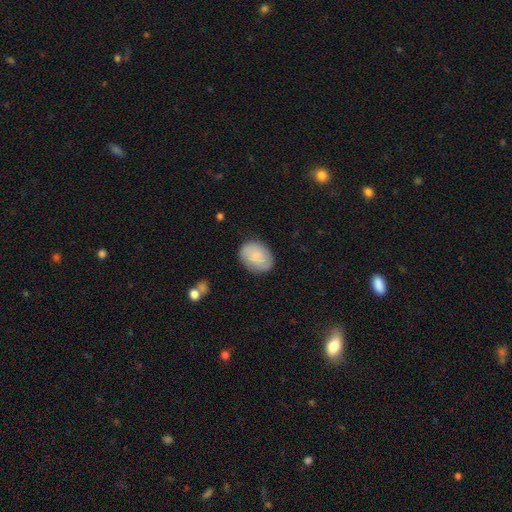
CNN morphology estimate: A smooth galaxy with no disk features (82%) that is in between round and cigar-shaped (71%). Merging: none (85%).